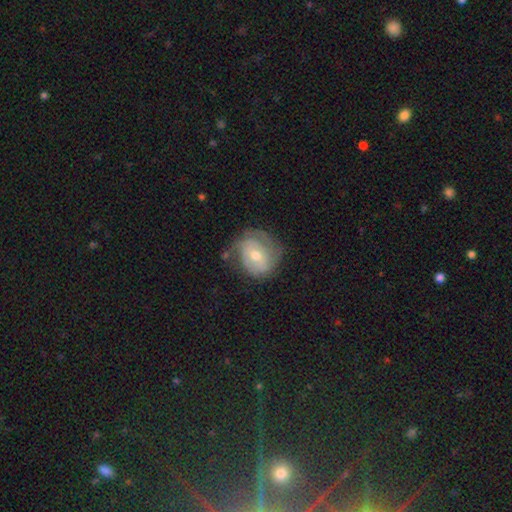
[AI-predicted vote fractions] This is likely a featured or disk galaxy (64%). It is clearly not viewed edge-on (97%). Bar: likely no (63%). Spiral arm pattern: clearly yes (81%). Central bulge: likely moderate (64%). Merging: possibly none (59%).